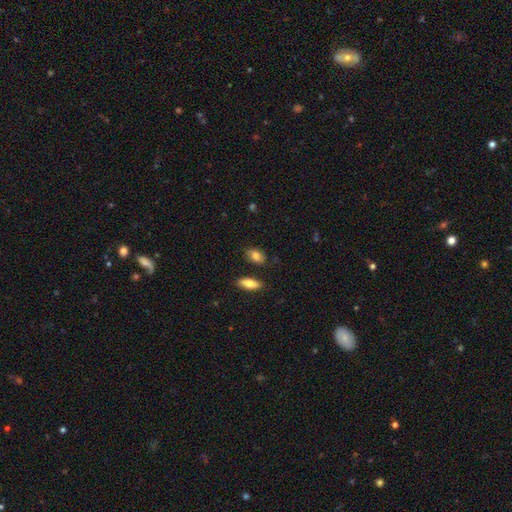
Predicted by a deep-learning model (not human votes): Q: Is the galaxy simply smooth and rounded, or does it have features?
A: smooth — 84%.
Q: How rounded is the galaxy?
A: in between — 87%.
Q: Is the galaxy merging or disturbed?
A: none — 79%.